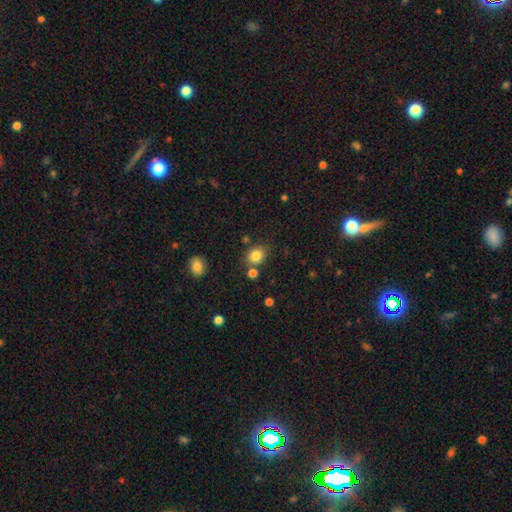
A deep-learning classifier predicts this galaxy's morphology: smooth_or_featured: smooth (p=0.83) [alt: star or artifact p=0.11]
how_rounded: round (p=0.63) [alt: in between p=0.36]
merging: none (p=0.75) [alt: minor disturbance p=0.11]